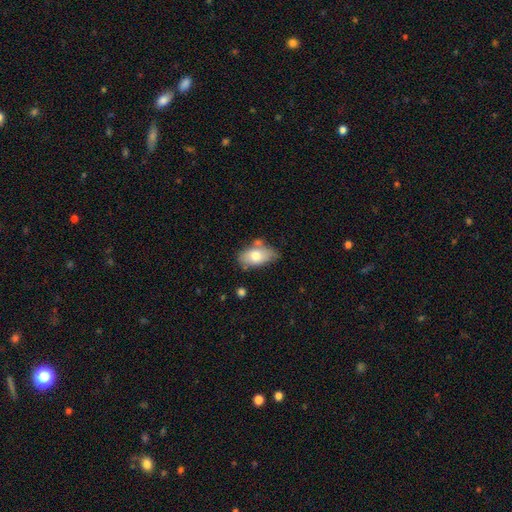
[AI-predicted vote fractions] Morphology: type=smooth (72%); roundness=in between (92%); merging=none (56%).